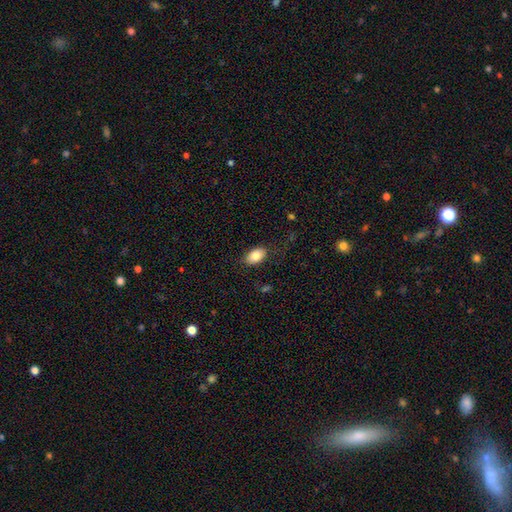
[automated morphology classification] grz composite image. It shows a smooth galaxy with no disk features (83%) that is in between round and cigar-shaped (91%). Merging: none (82%).